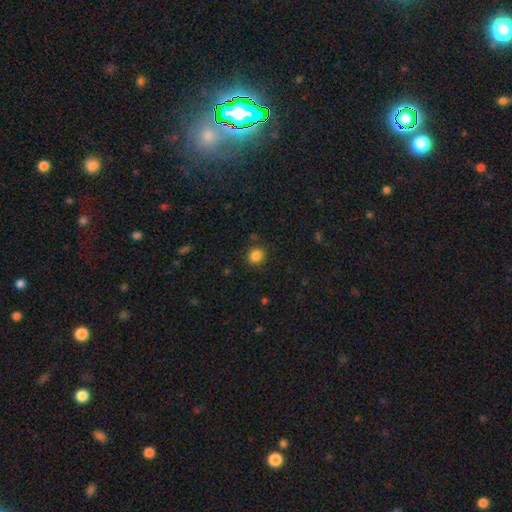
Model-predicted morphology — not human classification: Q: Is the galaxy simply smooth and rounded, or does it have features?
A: smooth — 85%.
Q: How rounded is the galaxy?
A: round — 92%.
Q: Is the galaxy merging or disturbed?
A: none — 89%.